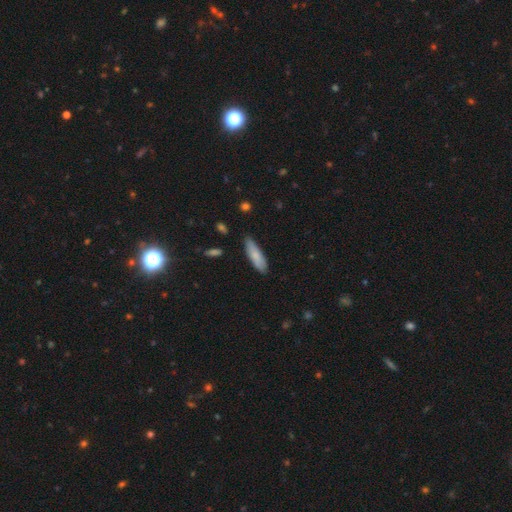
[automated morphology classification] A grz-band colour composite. It shows a smooth galaxy with no disk features (80%) that is cigar-shaped (57%). Merging: none (81%).